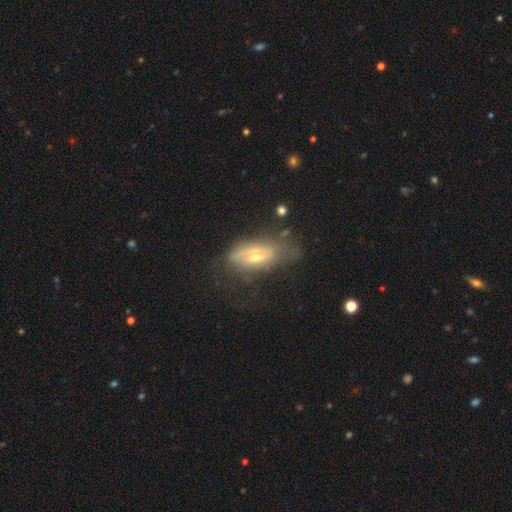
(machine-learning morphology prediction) A featured or disk galaxy (54%). Merging: none (42%).